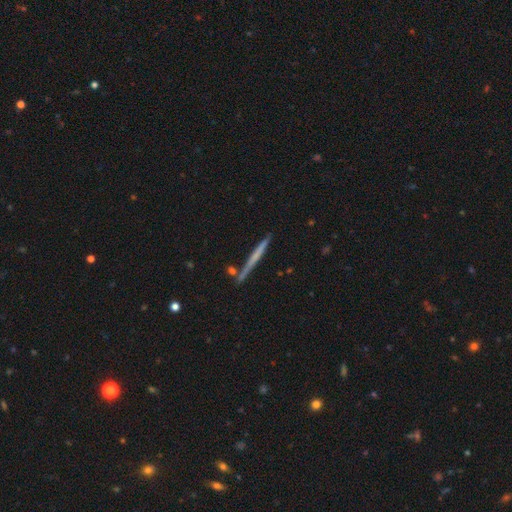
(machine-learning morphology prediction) This appears to be a featured or disk galaxy (50%) viewed edge-on (97%). Merging: none (85%).